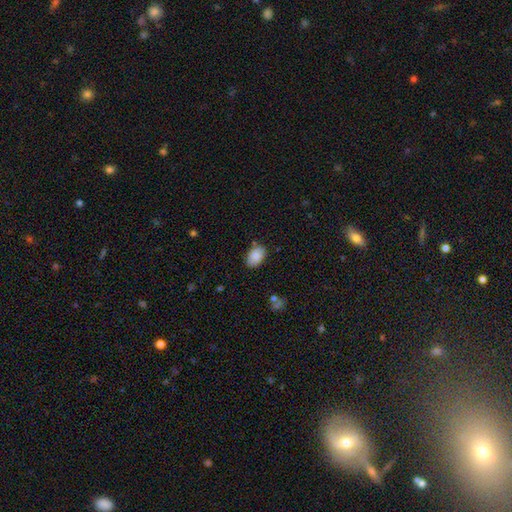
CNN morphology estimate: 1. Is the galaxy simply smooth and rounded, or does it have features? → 85% smooth, 8% featured or disk, 7% star or artifact.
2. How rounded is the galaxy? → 88% in between, 11% round, 1% cigar-shaped.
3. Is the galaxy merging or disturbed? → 80% none, 15% minor disturbance, 3% major disturbance, 3% merger.